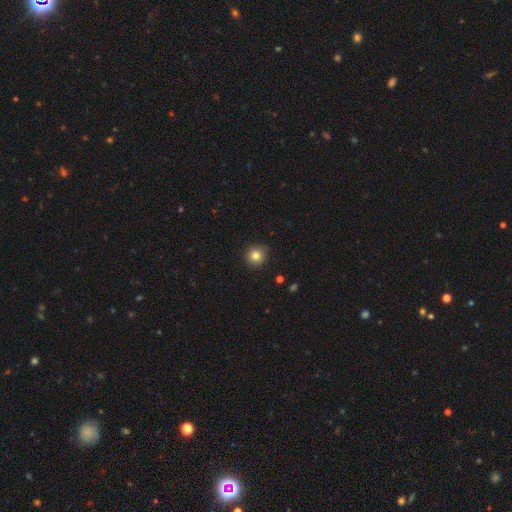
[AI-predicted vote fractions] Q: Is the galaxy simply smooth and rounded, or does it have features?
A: smooth — 82%.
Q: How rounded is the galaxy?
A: round — 93%.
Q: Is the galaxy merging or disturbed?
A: none — 86%.